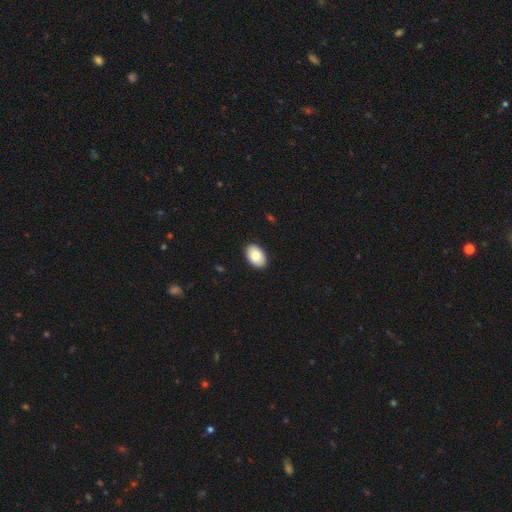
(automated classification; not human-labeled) A smooth galaxy with no disk features (81%) that is in between round and cigar-shaped (91%). Merging: none (91%).